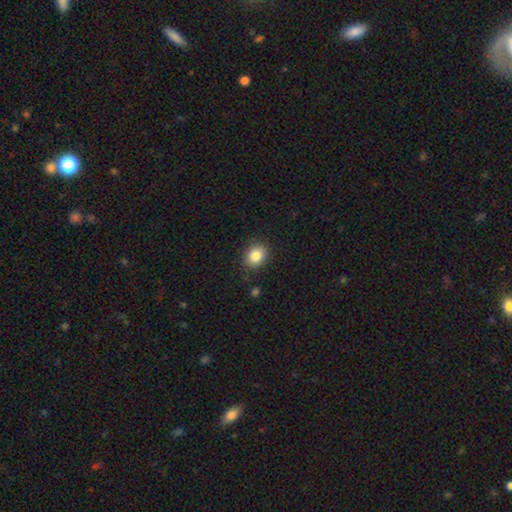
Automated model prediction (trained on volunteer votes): A smooth galaxy with no disk features (85%) that is in between round and cigar-shaped (51%). Merging: none (87%).